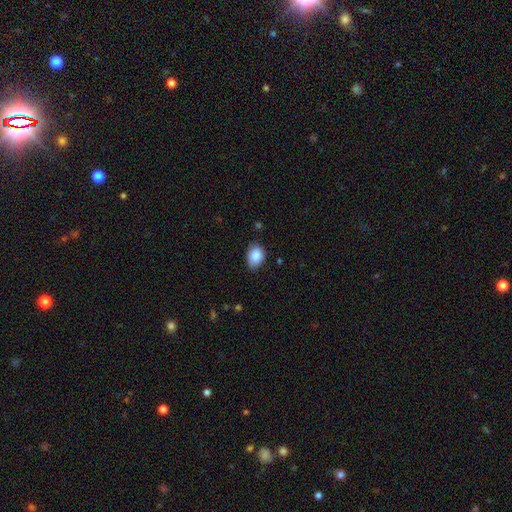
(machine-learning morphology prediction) Smooth or featured? smooth (88%)
How rounded? in between (75%)
Merging? none (75%)